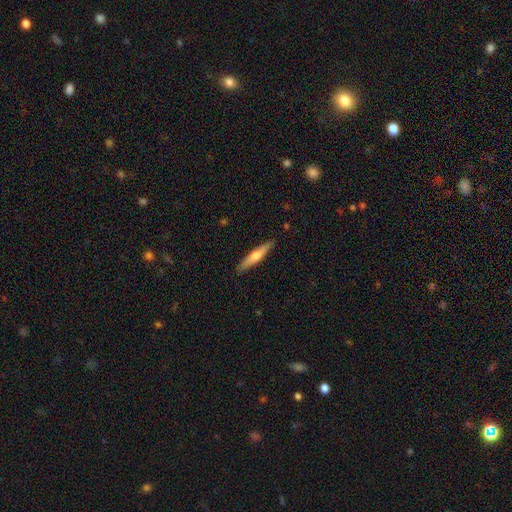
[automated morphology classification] smooth_or_featured: smooth (p=0.51) [alt: featured or disk p=0.44]
how_rounded: cigar-shaped (p=0.90) [alt: in between p=0.08]
merging: none (p=0.90) [alt: minor disturbance p=0.08]